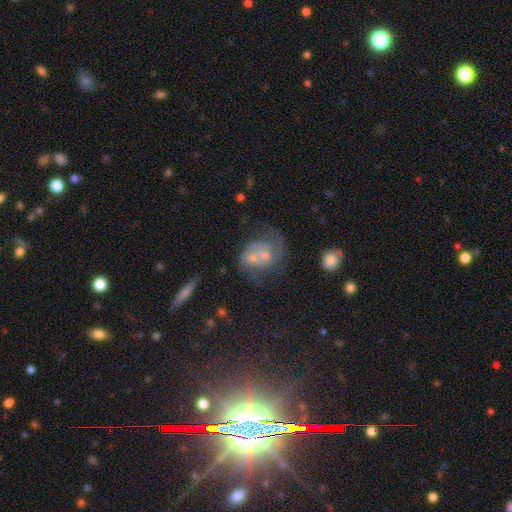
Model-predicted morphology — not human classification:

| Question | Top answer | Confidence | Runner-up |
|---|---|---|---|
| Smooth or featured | featured or disk | 69% | smooth (21%) |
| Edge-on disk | no | 97% | yes (3%) |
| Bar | no | 72% | weak (24%) |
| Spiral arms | yes | 85% | no (15%) |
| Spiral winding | medium | 45% | loose (28%) |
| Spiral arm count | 2 | 61% | 1 (18%) |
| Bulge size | small | 46% | moderate (43%) |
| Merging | merger | 46% | none (28%) |